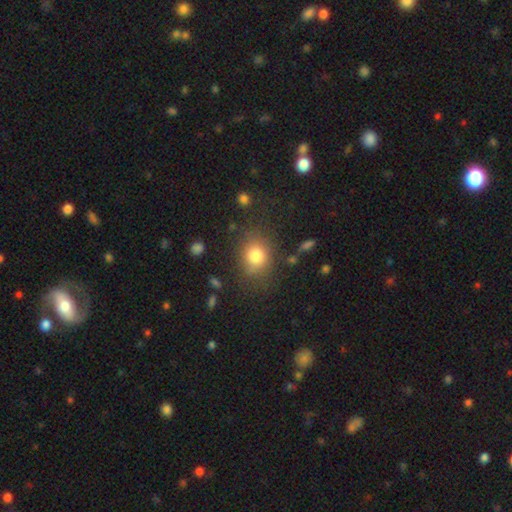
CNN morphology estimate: This is clearly a smooth galaxy (80%). How rounded: possibly round (57%). Merging: likely none (75%).